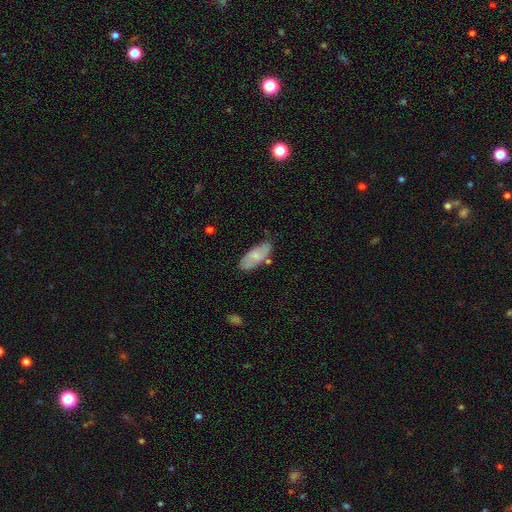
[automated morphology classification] Overall: smooth (65%; featured or disk 29%). How rounded: in between (81%). Merging: none (73%).